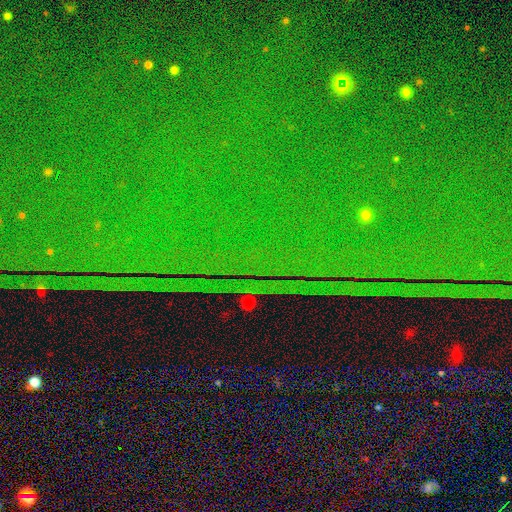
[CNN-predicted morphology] smooth_or_featured: star or artifact (p=0.88) [alt: featured or disk p=0.06]